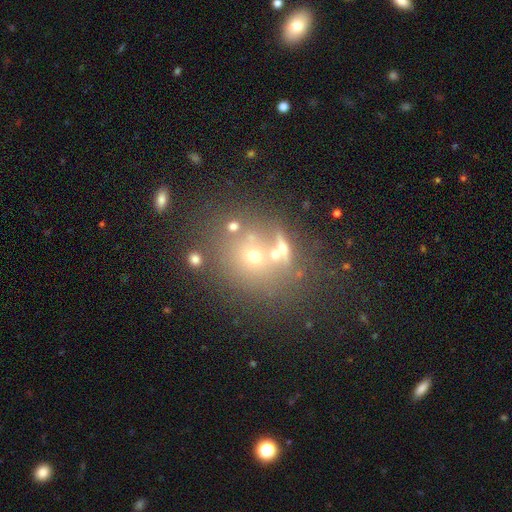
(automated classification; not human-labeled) smooth-or-featured: smooth: 50% | star or artifact: 27% | featured or disk: 22%
  how-rounded: round: 73% | in between: 25% | cigar-shaped: 1%
  merging: none: 56% | merger: 25% | minor disturbance: 12% | major disturbance: 8%